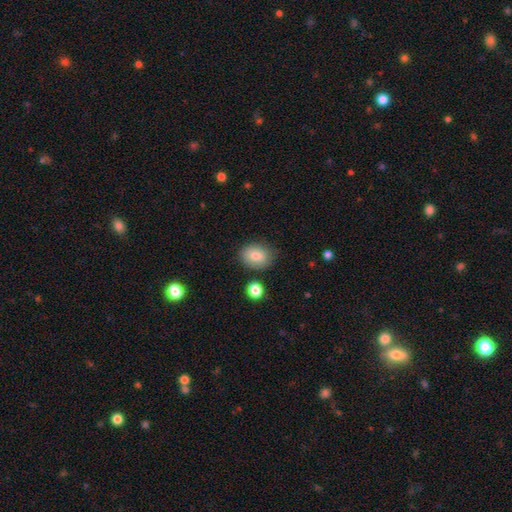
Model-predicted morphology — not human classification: Smooth or featured? smooth (81%)
How rounded? in between (66%)
Merging? none (81%)